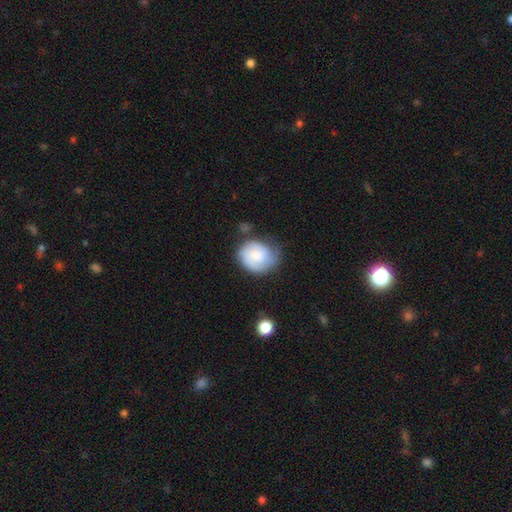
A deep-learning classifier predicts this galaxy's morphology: This is possibly a smooth galaxy (50%). Merging: possibly none (51%).